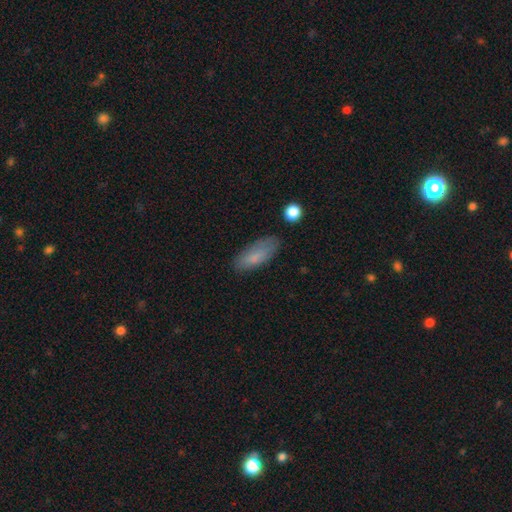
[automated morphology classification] Overall: smooth (79%). How rounded: in between (74%). Merging: none (77%).